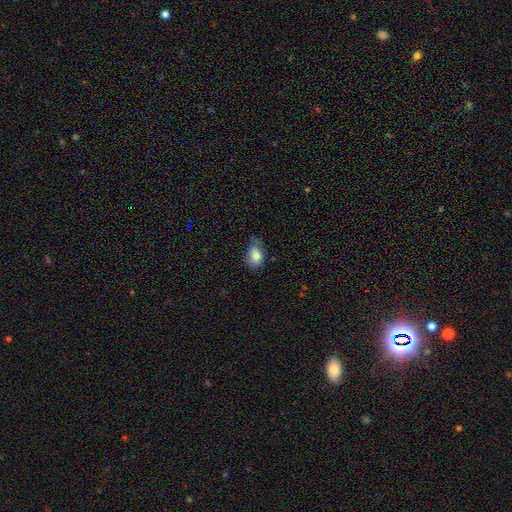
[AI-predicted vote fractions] smooth-or-featured: smooth: 81% | featured or disk: 11% | star or artifact: 8%
  how-rounded: in between: 83% | round: 15% | cigar-shaped: 2%
  merging: none: 44% | minor disturbance: 40% | major disturbance: 14% | merger: 2%